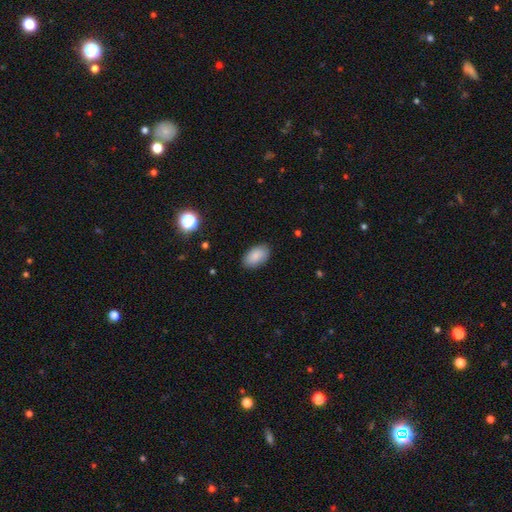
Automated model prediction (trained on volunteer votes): Morphology: type=smooth (87%); roundness=in between (94%); merging=none (88%).